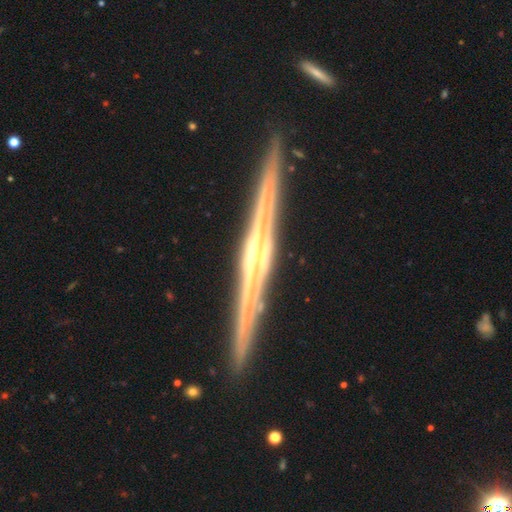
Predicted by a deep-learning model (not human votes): Morphology: type=featured or disk (88%); edge-on=yes (98%); edge-on bulge=rounded (57%); merging=none (91%).